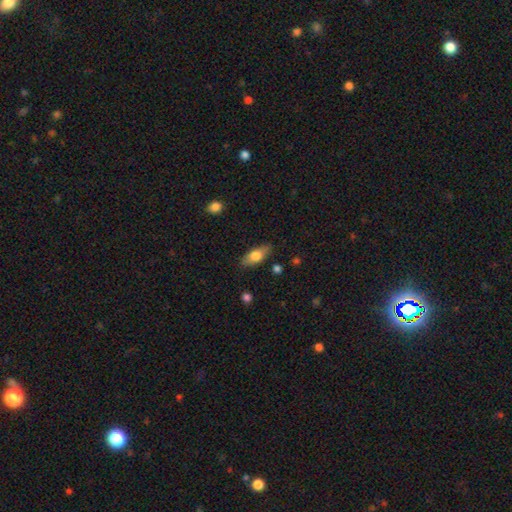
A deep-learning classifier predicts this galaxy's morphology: Smooth or featured?
  - smooth: 70% *
  - featured or disk: 23%
  - star or artifact: 6%
How rounded?
  - in between: 80% *
  - cigar-shaped: 17%
  - round: 3%
Merging?
  - none: 84% *
  - minor disturbance: 12%
  - major disturbance: 3%
  - merger: 1%